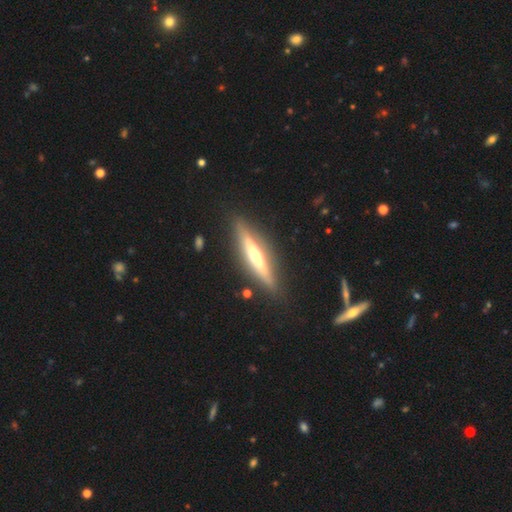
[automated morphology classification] Smooth or featured? Predicted: featured or disk (p=0.69). Edge-on disk? Predicted: yes (p=0.94). Edge-on bulge? Predicted: rounded (p=0.83). Merging? Predicted: none (p=0.87).